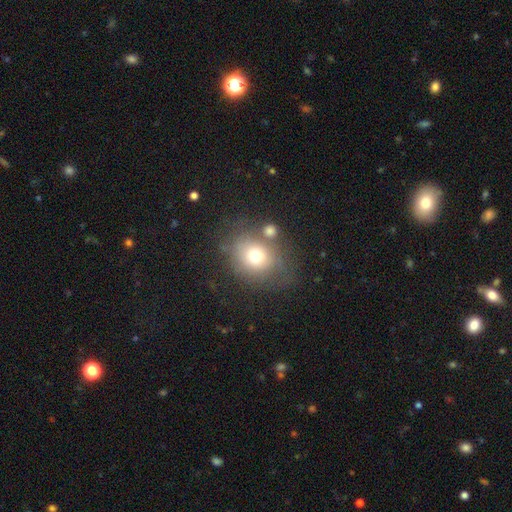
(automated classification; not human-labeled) Smooth or featured? Predicted: smooth (p=0.69). How rounded? Predicted: round (p=0.69). Merging? Predicted: none (p=0.55).